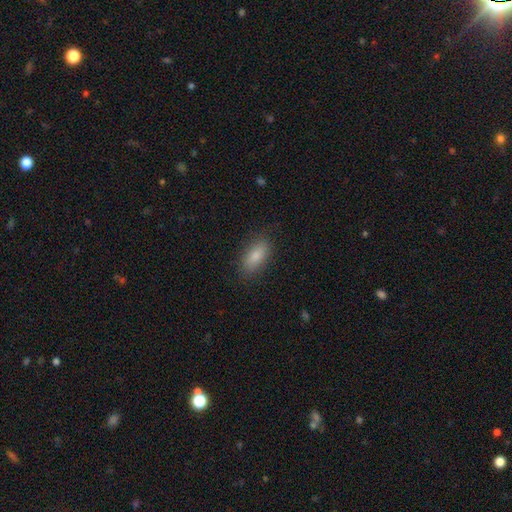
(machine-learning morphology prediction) type=smooth (84%); roundness=in between (86%); merging=none (84%).